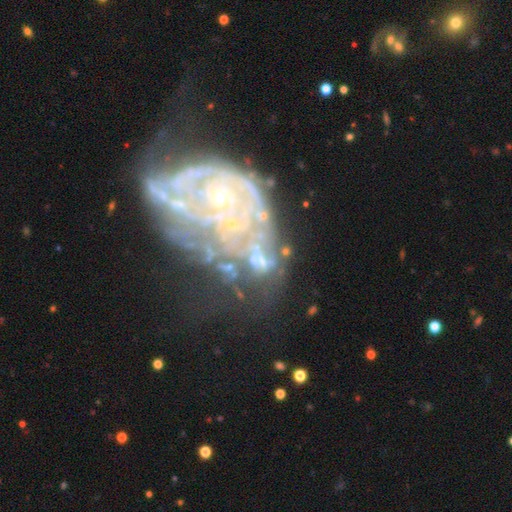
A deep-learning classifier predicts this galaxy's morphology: Smooth or featured?
  - featured or disk: 72% *
  - star or artifact: 16%
  - smooth: 12%
Edge-on disk?
  - no: 97% *
  - yes: 3%
Bar?
  - no: 85% *
  - weak: 10%
  - strong: 5%
Spiral arms?
  - yes: 62% *
  - no: 38%
Bulge size?
  - small: 60% *
  - none: 18%
  - moderate: 17%
  - large: 3%
  - dominant: 2%
Merging?
  - none: 33% *
  - merger: 26%
  - major disturbance: 25%
  - minor disturbance: 16%